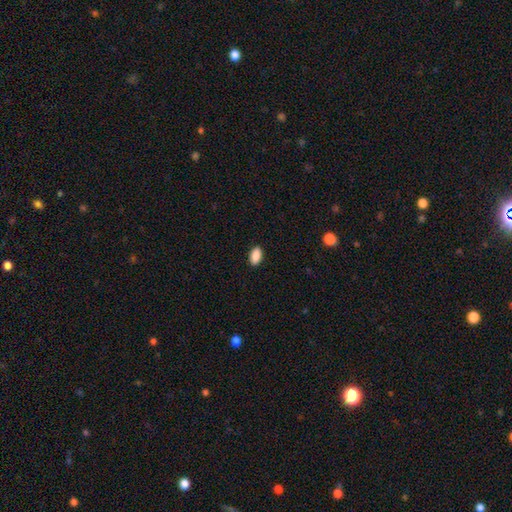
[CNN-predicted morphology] A smooth galaxy with no disk features (90%) that is in between round and cigar-shaped (92%).

Vote fractions:
- Smooth or featured? smooth: 90% / star or artifact: 7% / featured or disk: 3%
- How rounded? in between: 92% / cigar-shaped: 4% / round: 4%
- Merging? none: 90% / minor disturbance: 8% / major disturbance: 2% / merger: 1%